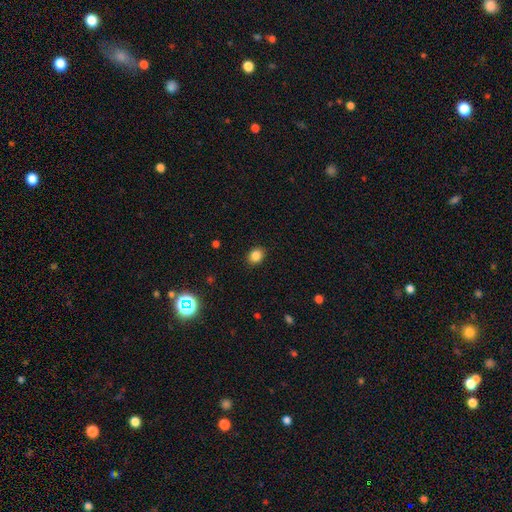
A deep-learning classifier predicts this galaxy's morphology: Smooth or featured? Predicted: smooth (p=0.85). How rounded? Predicted: round (p=0.53). Merging? Predicted: none (p=0.89).